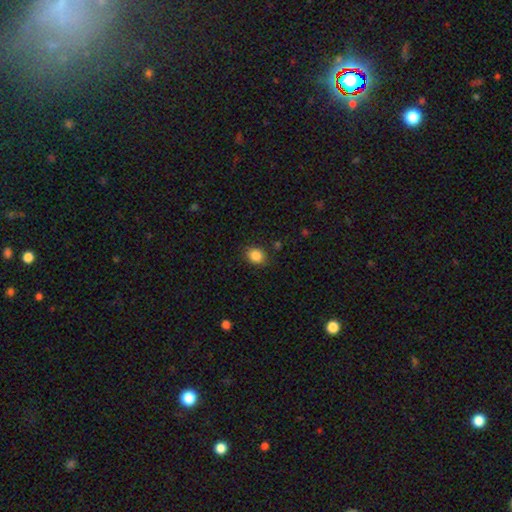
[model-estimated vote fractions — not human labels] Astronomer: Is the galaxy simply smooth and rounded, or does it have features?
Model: smooth — 86%.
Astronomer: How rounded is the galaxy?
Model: round — 58% (runner-up: in between, 41%).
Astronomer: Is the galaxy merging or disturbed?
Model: none — 85%.